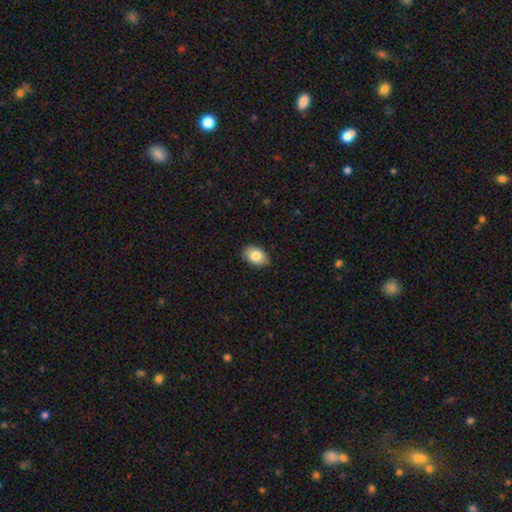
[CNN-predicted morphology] smooth-or-featured: smooth: 83% | featured or disk: 10% | star or artifact: 7%
  how-rounded: in between: 88% | round: 10% | cigar-shaped: 1%
  merging: none: 84% | minor disturbance: 13% | major disturbance: 2% | merger: 1%